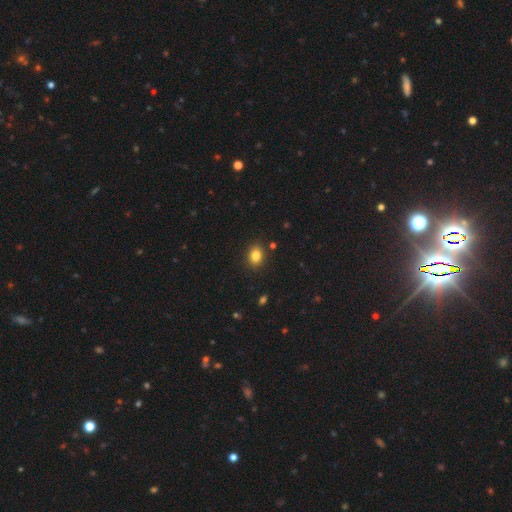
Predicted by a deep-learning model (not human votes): The model was most divided on "how rounded": in between: 54%, round: 45%, cigar-shaped: 1%. More confident: merging — none (88%); smooth or featured — smooth (83%).